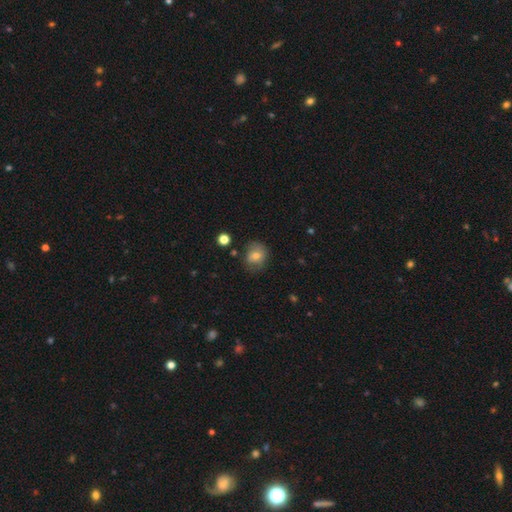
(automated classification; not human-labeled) smooth 70%, featured or disk 20%, star or artifact 10%. Down the decision tree: how rounded — round (64%); merging — none (66%).